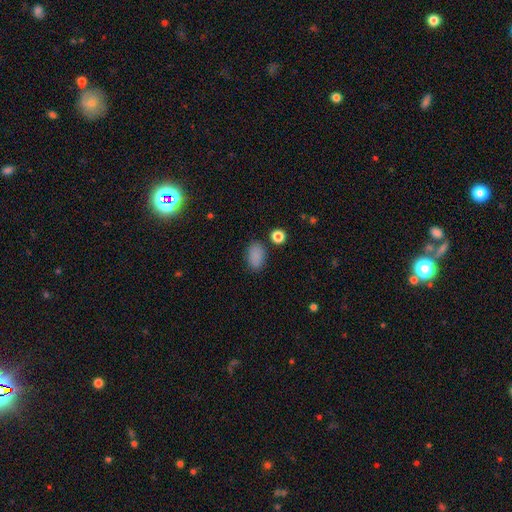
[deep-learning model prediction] Smooth or featured? Predicted: smooth (p=0.86). How rounded? Predicted: in between (p=0.87). Merging? Predicted: none (p=0.82).